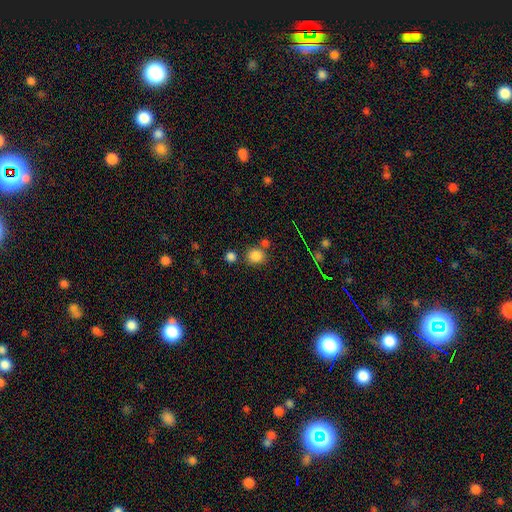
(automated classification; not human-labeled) Smooth or featured?
  - smooth: 84% *
  - star or artifact: 12%
  - featured or disk: 4%
How rounded?
  - round: 78% *
  - in between: 20%
  - cigar-shaped: 1%
Merging?
  - none: 73% *
  - merger: 13%
  - minor disturbance: 10%
  - major disturbance: 4%